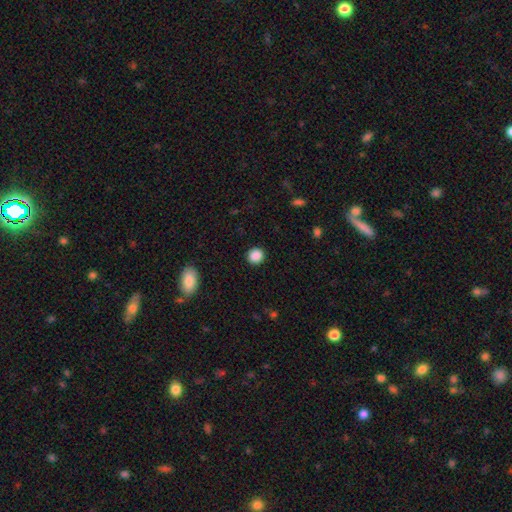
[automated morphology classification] This is clearly a smooth galaxy (88%). How rounded: clearly round (91%). Merging: clearly none (91%).